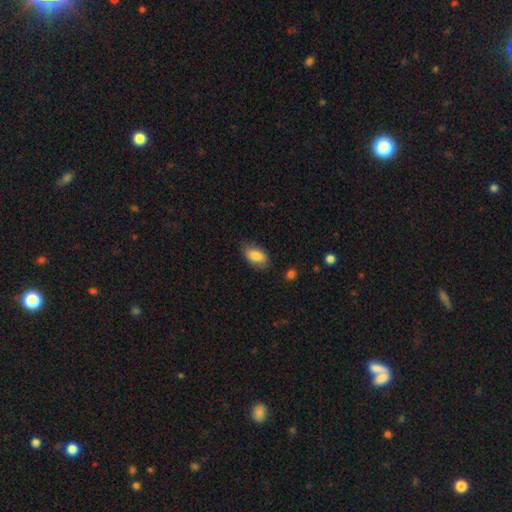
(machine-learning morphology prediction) Overall: smooth (84%). How rounded: in between (91%). Merging: none (77%).